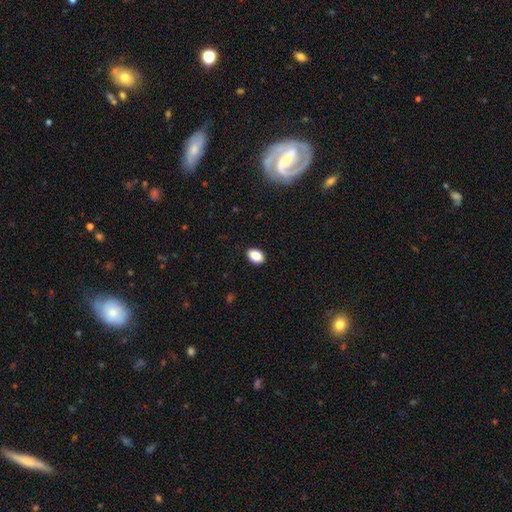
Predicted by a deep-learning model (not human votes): A smooth galaxy with no disk features (89%) that is in between round and cigar-shaped (86%). Merging: none (89%).